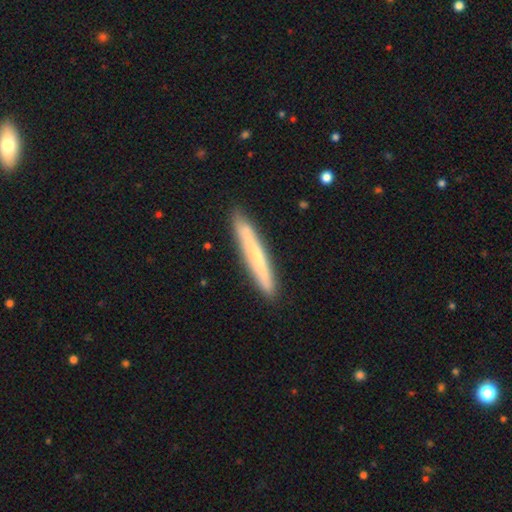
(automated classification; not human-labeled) smooth 52%, featured or disk 42%, star or artifact 6%. Down the decision tree: how rounded — cigar-shaped (96%); merging — none (89%).